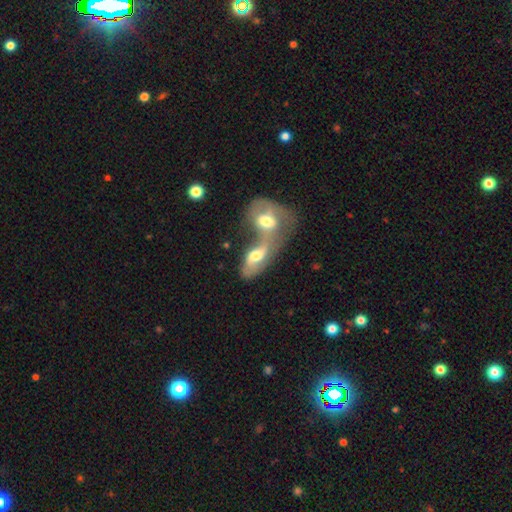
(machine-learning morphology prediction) Smooth or featured: featured or disk — 51% (smooth — 41%)
Edge-on disk: no — 90% (yes — 10%)
Merging: merger — 76% (none — 12%)